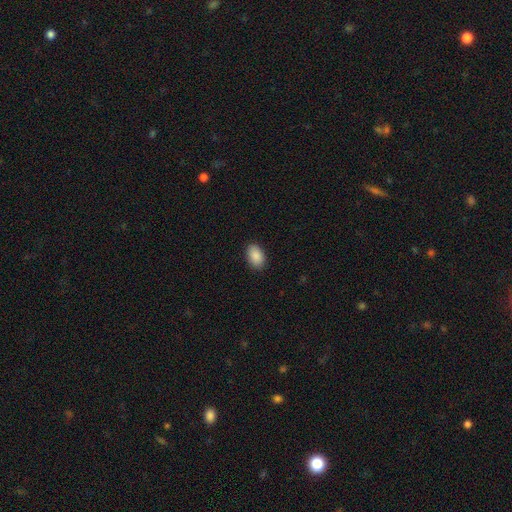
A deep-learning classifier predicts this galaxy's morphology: Overall: smooth (90%). How rounded: in between (91%). Merging: none (90%).